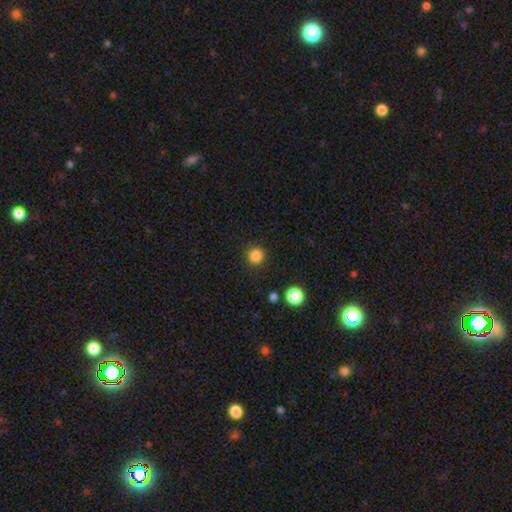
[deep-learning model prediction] Morphology: type=smooth (84%); roundness=round (94%); merging=none (88%).